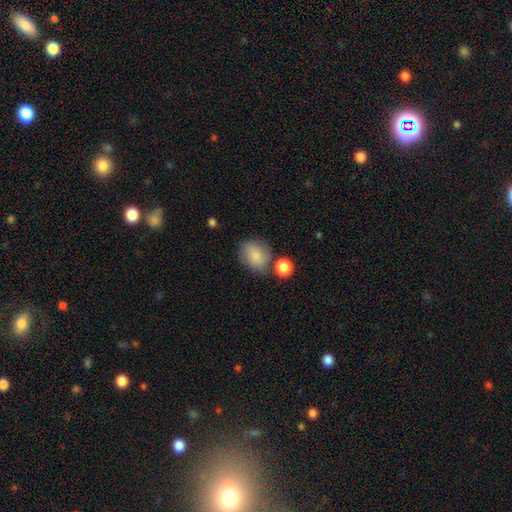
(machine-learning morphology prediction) This appears to be a smooth galaxy with no disk features (79%) that is round (56%). Merging: none (62%).